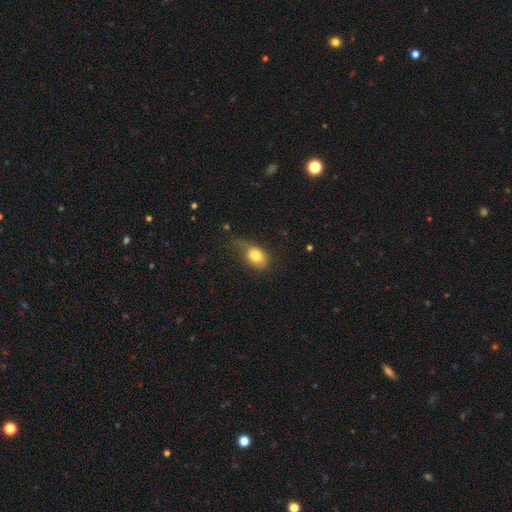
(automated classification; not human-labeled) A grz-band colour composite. It shows a smooth galaxy with no disk features (79%) that is in between round and cigar-shaped (74%). Merging: none (46%).